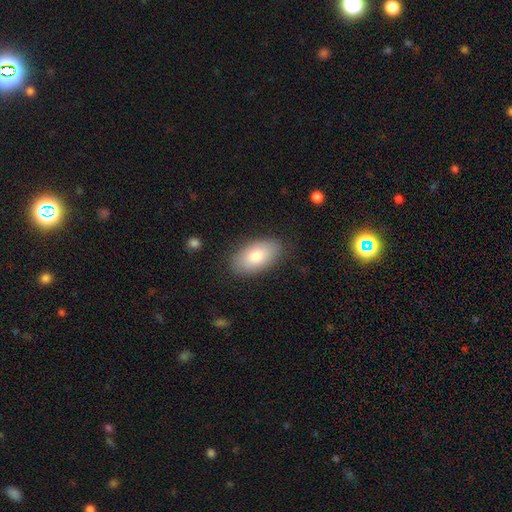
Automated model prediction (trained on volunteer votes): This appears to be a smooth galaxy with no disk features (78%) that is in between round and cigar-shaped (94%). Merging: none (85%).